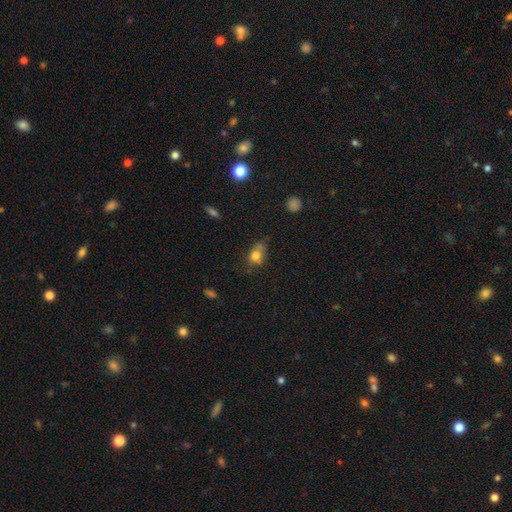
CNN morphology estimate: type=smooth (75%); roundness=in between (52%); merging=none (47%).